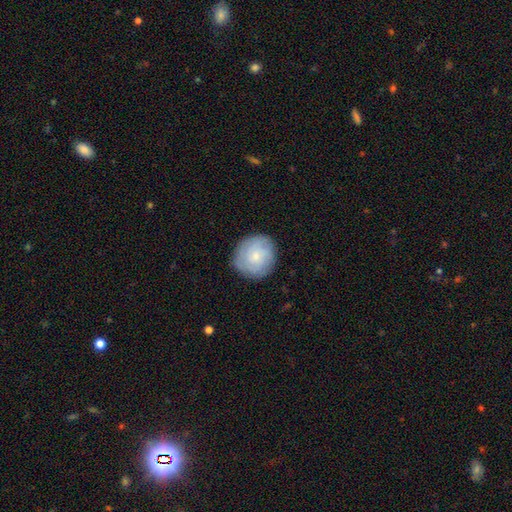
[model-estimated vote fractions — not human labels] smooth_or_featured: smooth (p=0.65) [alt: featured or disk p=0.28]
how_rounded: round (p=0.89) [alt: in between p=0.10]
merging: none (p=0.83) [alt: minor disturbance p=0.12]